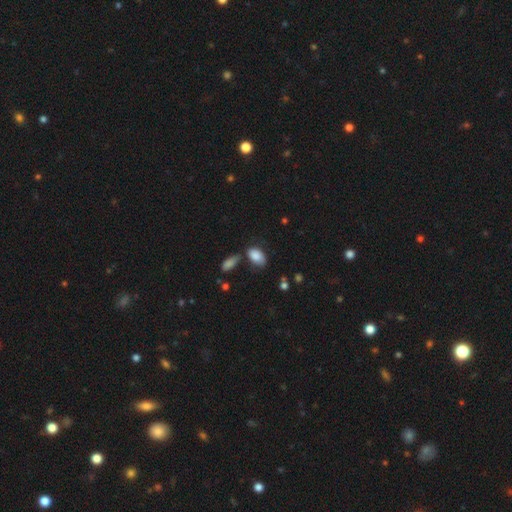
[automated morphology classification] Smooth or featured: smooth — 86% (star or artifact — 7%)
How rounded: in between — 92% (round — 6%)
Merging: none — 53% (minor disturbance — 25%)